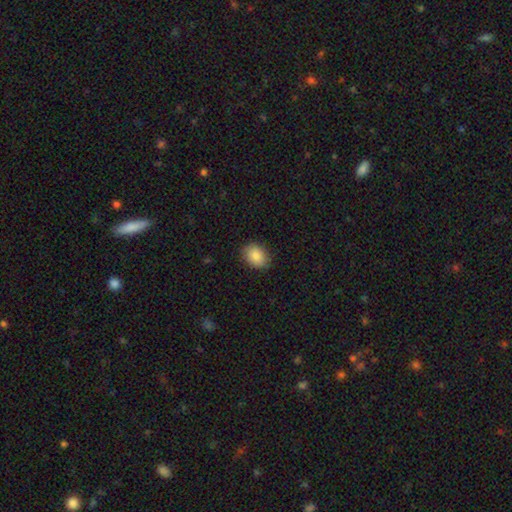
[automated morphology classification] A smooth galaxy with no disk features (86%) that is in between round and cigar-shaped (69%). Merging: none (88%).